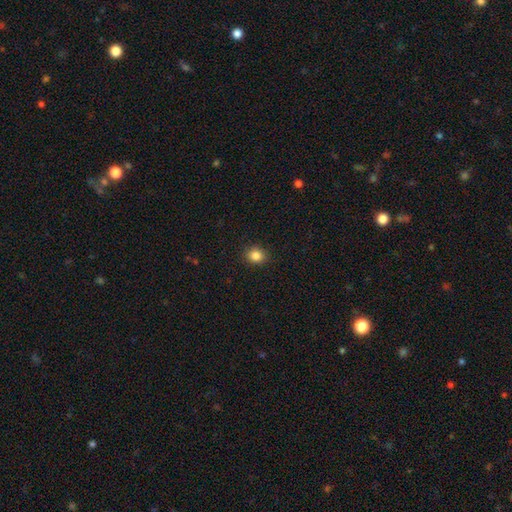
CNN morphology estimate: smooth 85%, star or artifact 11%, featured or disk 4%. Down the decision tree: how rounded — round (77%); merging — none (90%).